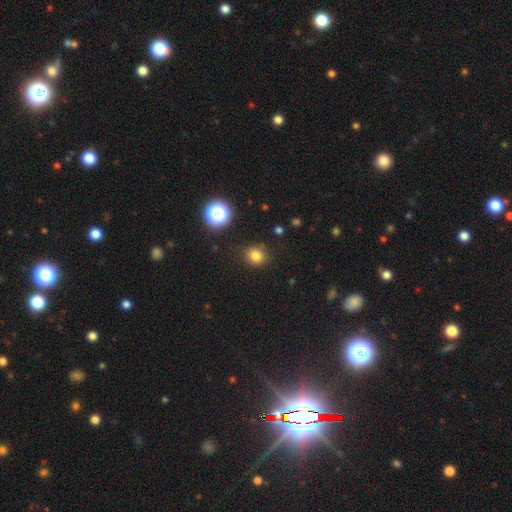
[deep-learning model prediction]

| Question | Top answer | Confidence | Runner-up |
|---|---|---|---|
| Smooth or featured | smooth | 80% | star or artifact (15%) |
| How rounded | round | 77% | in between (22%) |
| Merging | none | 85% | minor disturbance (10%) |